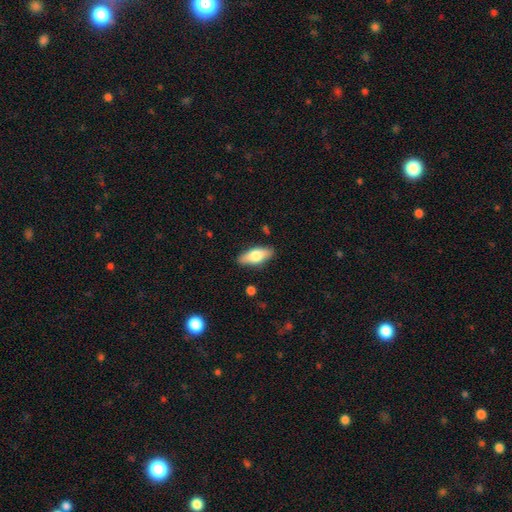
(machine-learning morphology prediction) Overall: smooth (69%). How rounded: in between (76%). Merging: none (87%).